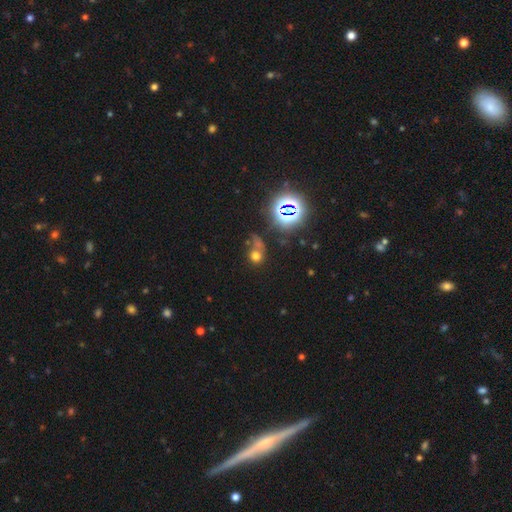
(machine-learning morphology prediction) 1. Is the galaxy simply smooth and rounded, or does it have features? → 56% smooth, 32% star or artifact, 12% featured or disk.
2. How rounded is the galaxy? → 76% round, 22% in between, 2% cigar-shaped.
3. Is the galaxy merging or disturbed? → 45% none, 33% merger, 12% minor disturbance, 11% major disturbance.